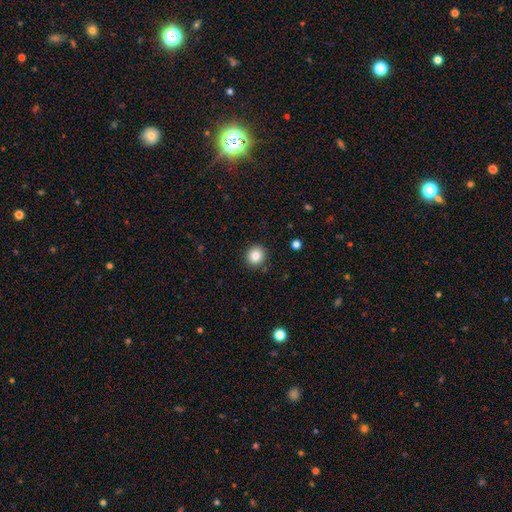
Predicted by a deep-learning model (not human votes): This appears to be a smooth galaxy with no disk features (84%) that is round (90%). Merging: none (89%).